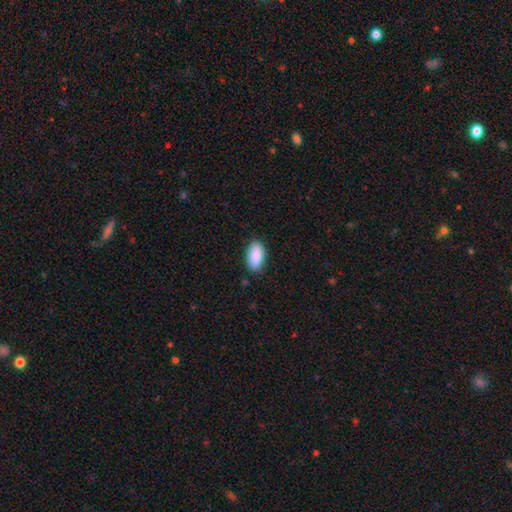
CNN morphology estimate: A smooth galaxy with no disk features (90%) that is in between round and cigar-shaped (93%).

Vote fractions:
- Smooth or featured? smooth: 90% / star or artifact: 6% / featured or disk: 4%
- How rounded? in between: 93% / cigar-shaped: 5% / round: 2%
- Merging? none: 86% / minor disturbance: 11% / major disturbance: 2% / merger: 1%